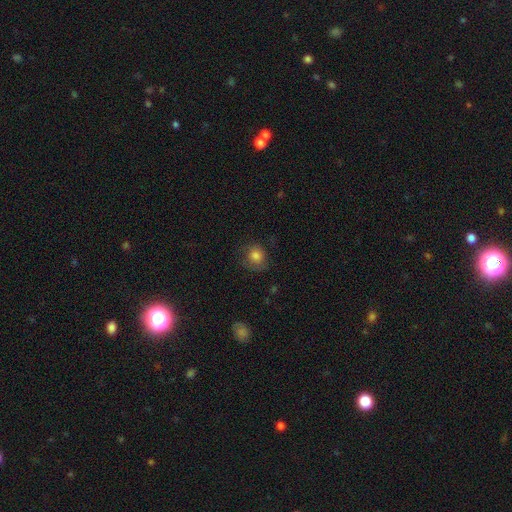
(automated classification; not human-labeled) A smooth galaxy with no disk features (77%) that is round (80%). Merging: none (70%).